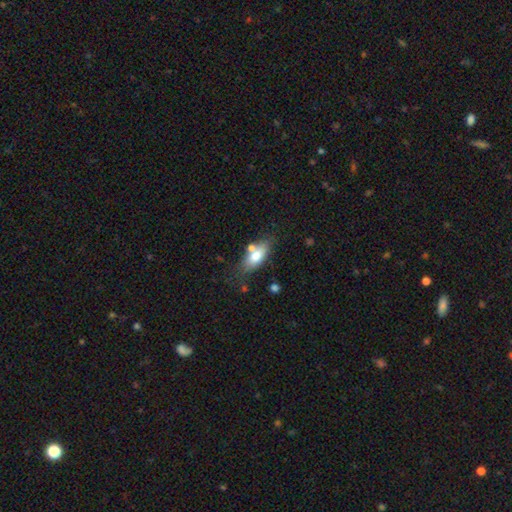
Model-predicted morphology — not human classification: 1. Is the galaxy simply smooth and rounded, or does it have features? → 73% smooth, 20% featured or disk, 7% star or artifact.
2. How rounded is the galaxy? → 80% in between, 16% cigar-shaped, 5% round.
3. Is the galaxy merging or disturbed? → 63% none, 17% minor disturbance, 15% merger, 5% major disturbance.